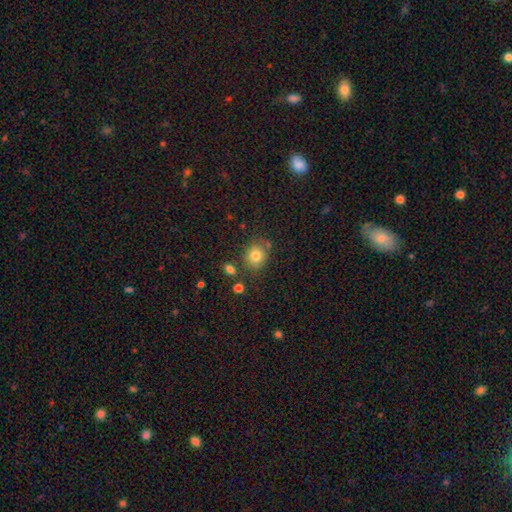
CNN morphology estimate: The model was most divided on "how rounded": round: 74%, in between: 25%, cigar-shaped: 1%. More confident: smooth or featured — smooth (80%); merging — none (75%).